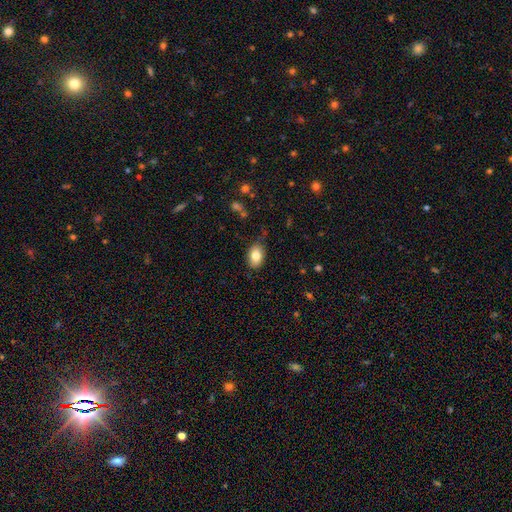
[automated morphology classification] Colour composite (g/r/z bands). It shows a smooth galaxy with no disk features (82%) that is in between round and cigar-shaped (85%). Merging: none (80%).